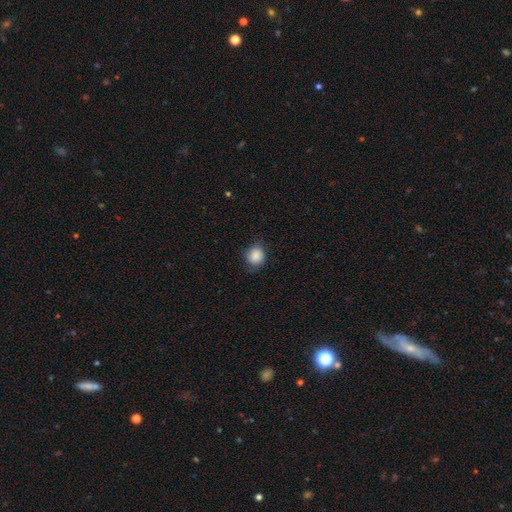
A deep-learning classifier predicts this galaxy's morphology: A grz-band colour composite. It shows a smooth galaxy with no disk features (87%) that is round (64%). Merging: none (73%).